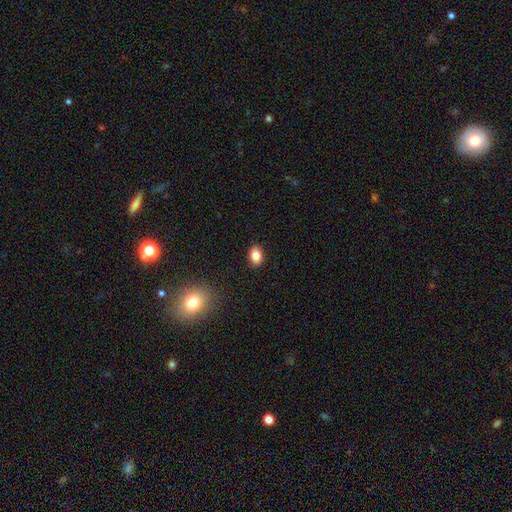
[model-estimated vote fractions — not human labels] A smooth galaxy with no disk features (84%) that is in between round and cigar-shaped (82%). Merging: none (89%).